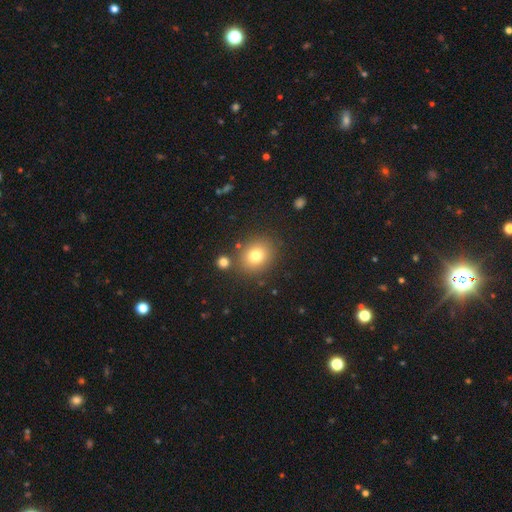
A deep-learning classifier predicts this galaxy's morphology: smooth 77%, star or artifact 12%, featured or disk 11%. Down the decision tree: how rounded — round (66%); merging — none (81%).